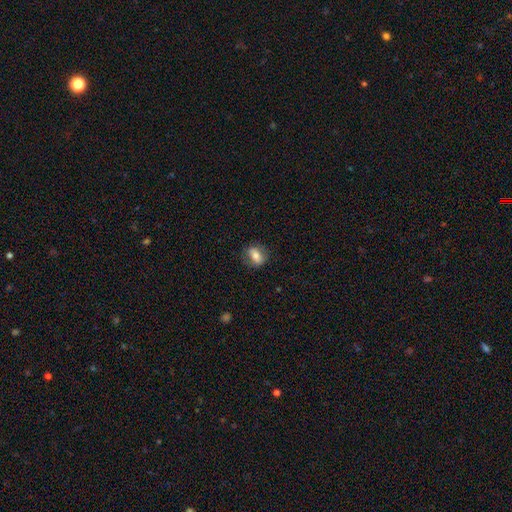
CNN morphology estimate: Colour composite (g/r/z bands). It shows a smooth galaxy with no disk features (64%) that is in between round and cigar-shaped (65%). Merging: none (78%).